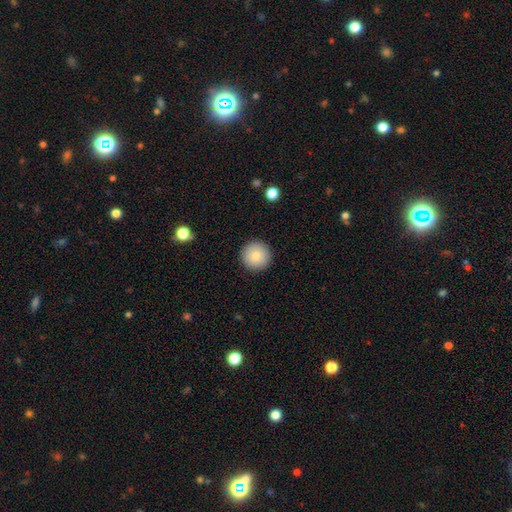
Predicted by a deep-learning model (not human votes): Smooth or featured? smooth (84%)
How rounded? round (97%)
Merging? none (93%)